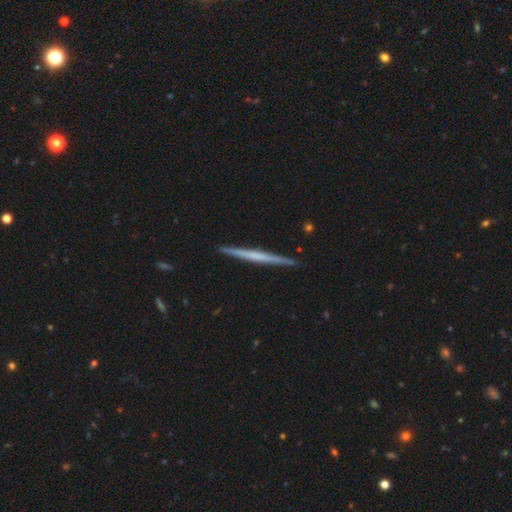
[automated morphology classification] Smooth or featured? Predicted: featured or disk (p=0.62). Edge-on disk? Predicted: yes (p=0.98). Edge-on bulge? Predicted: none (p=0.76). Merging? Predicted: none (p=0.92).